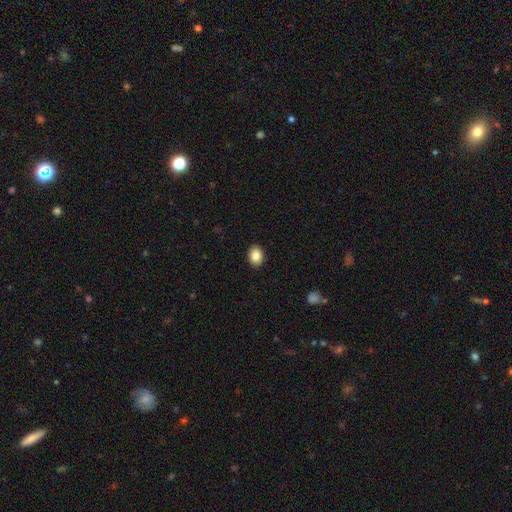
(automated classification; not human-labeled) Overall: smooth (86%). How rounded: in between (60%; round 39%). Merging: none (91%).